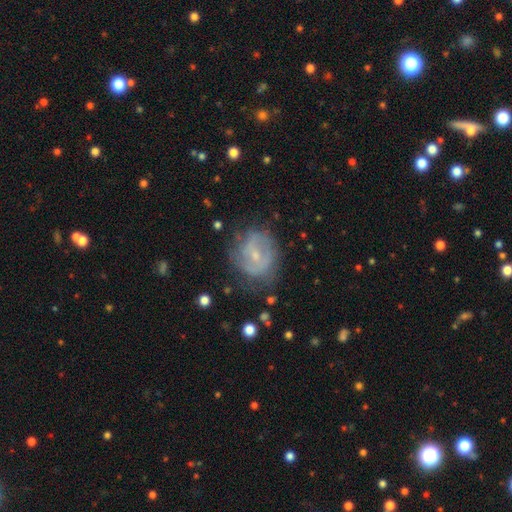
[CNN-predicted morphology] Smooth or featured? featured or disk (64%)
Edge-on disk? no (97%)
Bar? weak (48%)
Spiral arms? yes (71%)
Bulge size? small (66%)
Merging? none (63%)